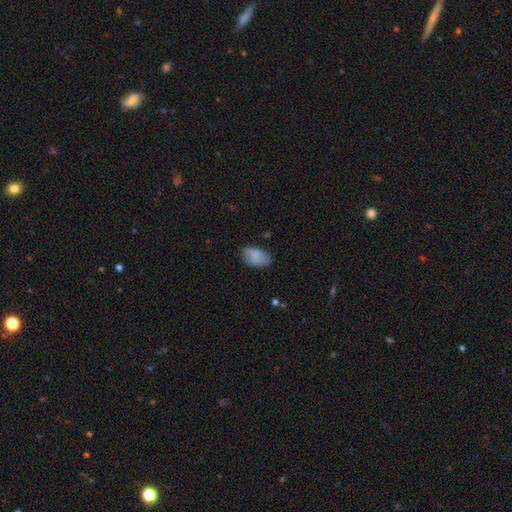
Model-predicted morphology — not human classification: smooth_or_featured: smooth (p=0.80) [alt: featured or disk p=0.12]
how_rounded: in between (p=0.91) [alt: round p=0.07]
merging: none (p=0.70) [alt: minor disturbance p=0.22]